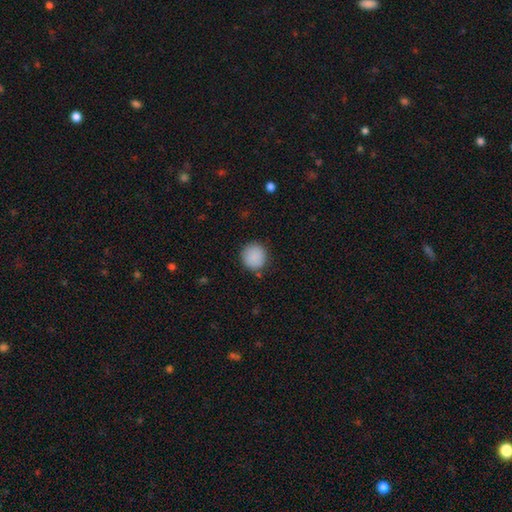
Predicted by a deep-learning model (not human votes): Morphology: type=smooth (88%); roundness=round (92%); merging=none (85%).